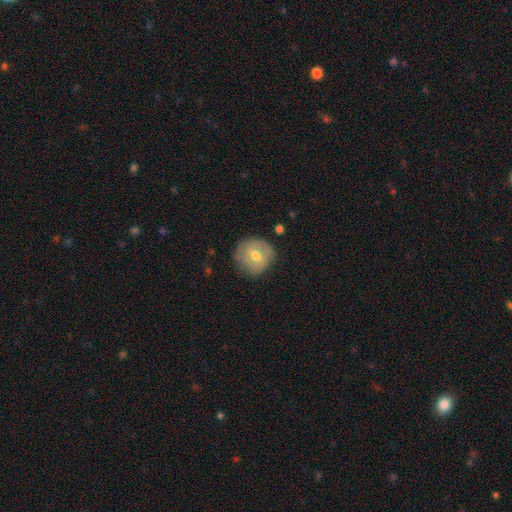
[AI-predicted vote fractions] Smooth or featured?
  - smooth: 55% *
  - featured or disk: 37%
  - star or artifact: 8%
How rounded?
  - round: 89% *
  - in between: 10%
  - cigar-shaped: 1%
Merging?
  - none: 72% *
  - minor disturbance: 21%
  - major disturbance: 5%
  - merger: 2%